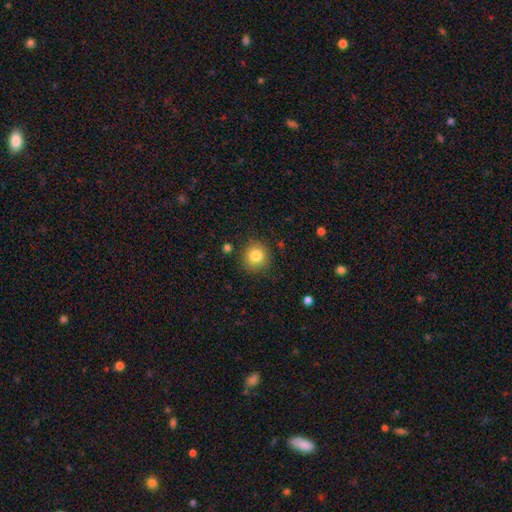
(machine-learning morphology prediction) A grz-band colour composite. It shows a smooth galaxy with no disk features (83%) that is round (92%). Merging: none (86%).